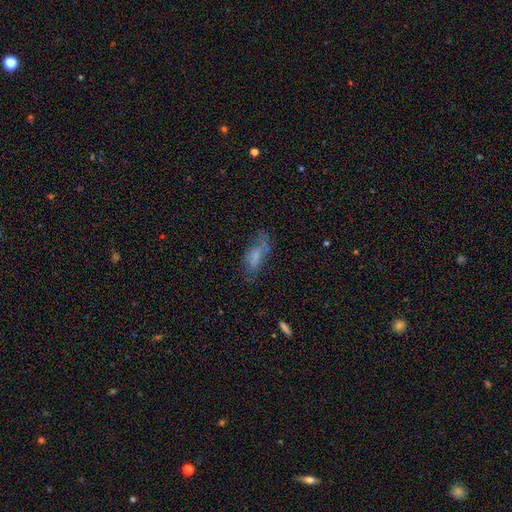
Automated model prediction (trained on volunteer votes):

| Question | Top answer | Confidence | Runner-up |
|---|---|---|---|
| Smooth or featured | smooth | 56% | featured or disk (31%) |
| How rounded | in between | 76% | cigar-shaped (21%) |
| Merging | none | 41% | minor disturbance (28%) |